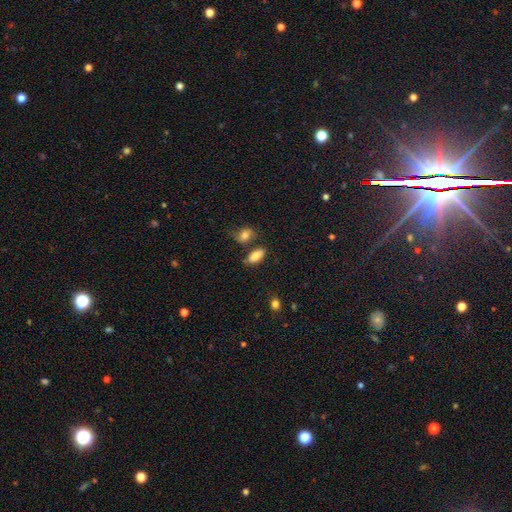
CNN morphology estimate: This appears to be a smooth galaxy with no disk features (83%) that is in between round and cigar-shaped (88%). Merging: none (66%).